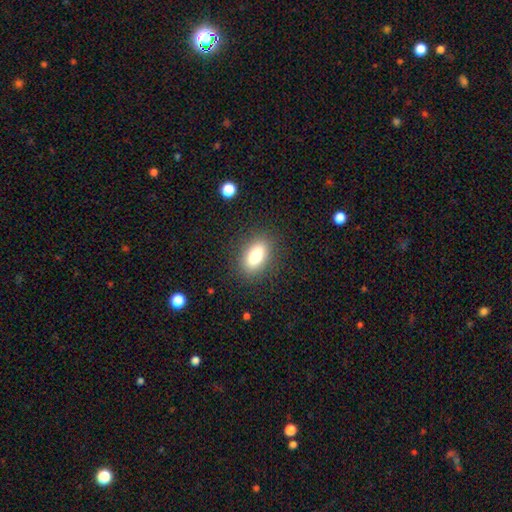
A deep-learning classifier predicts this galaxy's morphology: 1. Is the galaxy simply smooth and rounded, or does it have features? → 79% smooth, 12% featured or disk, 9% star or artifact.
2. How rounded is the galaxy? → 85% in between, 12% round, 3% cigar-shaped.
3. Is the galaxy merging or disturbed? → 86% none, 9% minor disturbance, 3% major disturbance, 1% merger.